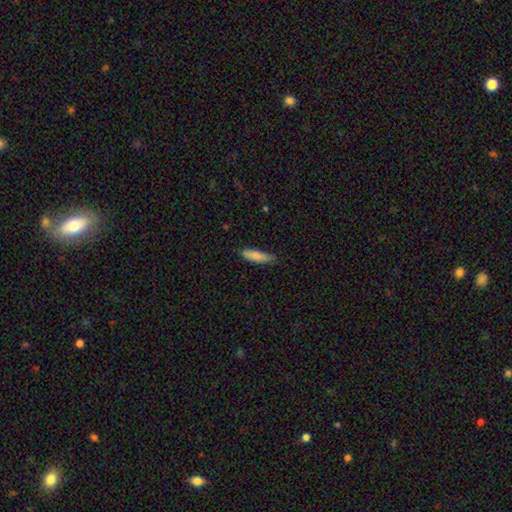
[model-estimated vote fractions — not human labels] A smooth galaxy with no disk features (85%) that is cigar-shaped (65%).

Vote fractions:
- Smooth or featured? smooth: 85% / featured or disk: 9% / star or artifact: 6%
- How rounded? cigar-shaped: 65% / in between: 34% / round: 1%
- Merging? none: 71% / minor disturbance: 24% / major disturbance: 4% / merger: 1%